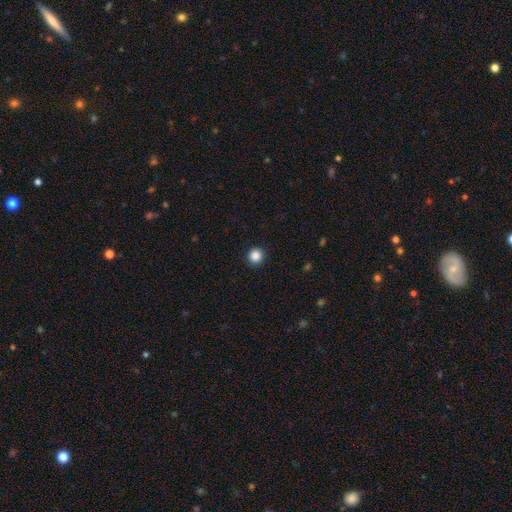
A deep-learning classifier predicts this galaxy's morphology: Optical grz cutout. It shows a smooth galaxy with no disk features (86%) that is round (93%). Merging: none (92%).